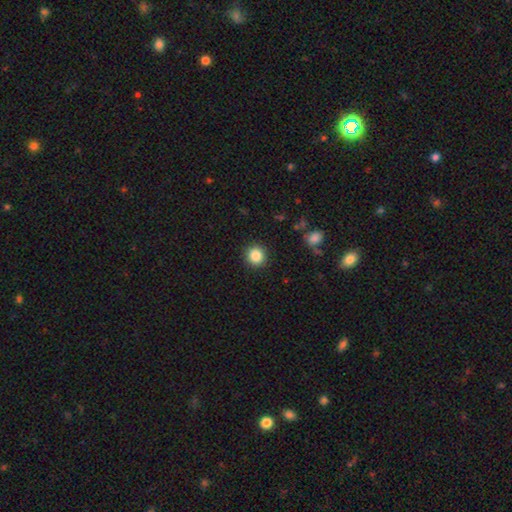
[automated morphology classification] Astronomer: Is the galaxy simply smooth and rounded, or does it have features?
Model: smooth — 86%.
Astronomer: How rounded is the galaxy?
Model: round — 92%.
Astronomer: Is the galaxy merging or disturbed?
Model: none — 91%.